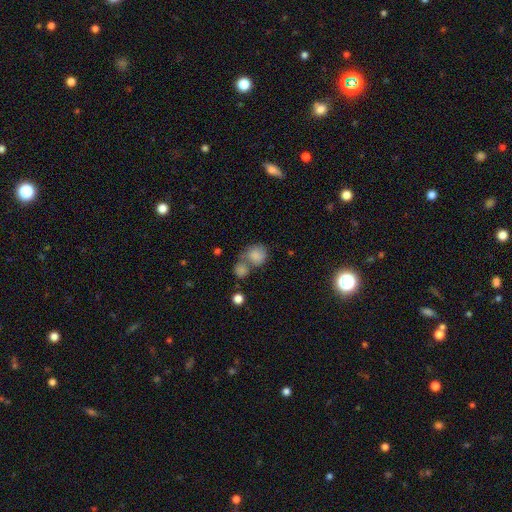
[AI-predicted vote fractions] Smooth or featured? smooth (81%)
How rounded? round (75%)
Merging? merger (49%)